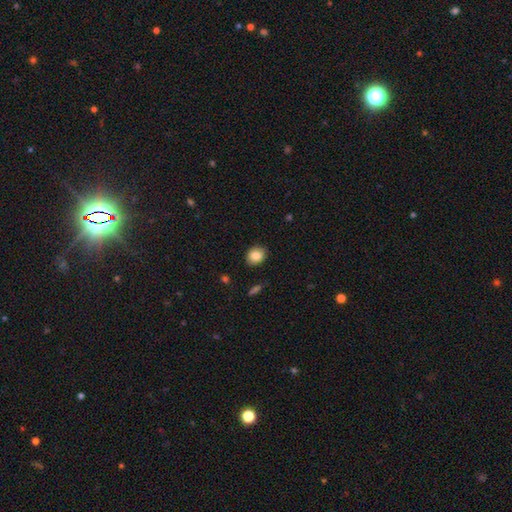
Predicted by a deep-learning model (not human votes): Overall: smooth (86%). How rounded: round (58%; in between 41%). Merging: none (86%).